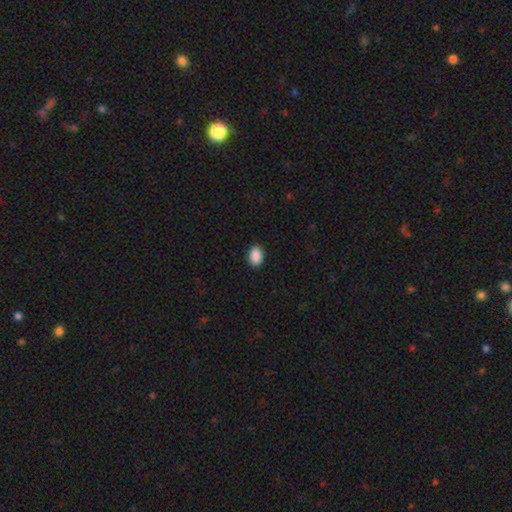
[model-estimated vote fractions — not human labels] Morphology: type=smooth (90%); roundness=in between (83%); merging=none (89%).